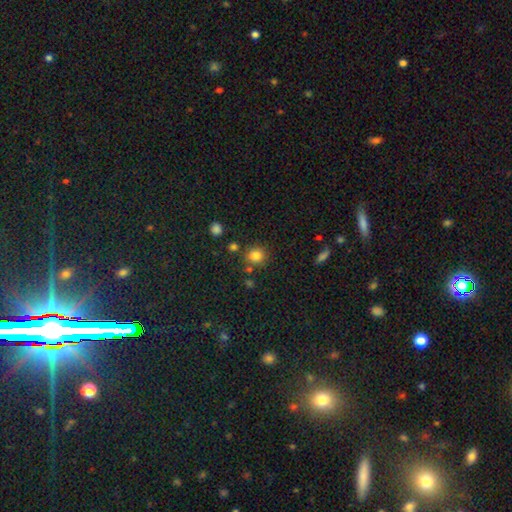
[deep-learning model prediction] Smooth or featured? Predicted: smooth (p=0.82). How rounded? Predicted: round (p=0.88). Merging? Predicted: none (p=0.79).